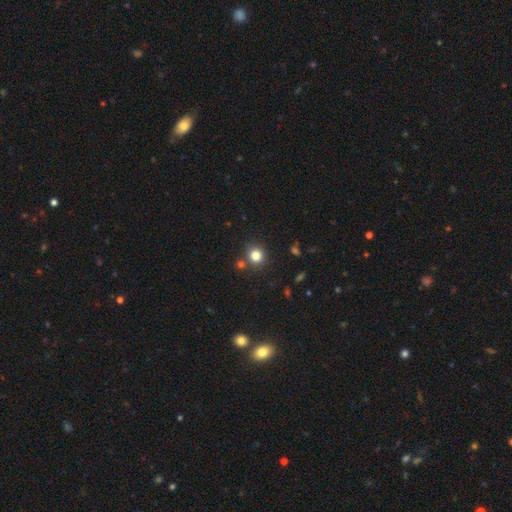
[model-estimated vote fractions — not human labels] Smooth or featured? Predicted: smooth (p=0.80). How rounded? Predicted: round (p=0.89). Merging? Predicted: none (p=0.79).